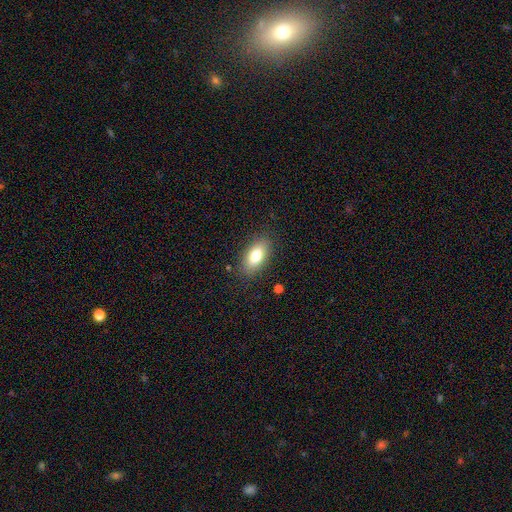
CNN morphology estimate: type=smooth (79%); roundness=in between (89%); merging=none (85%).